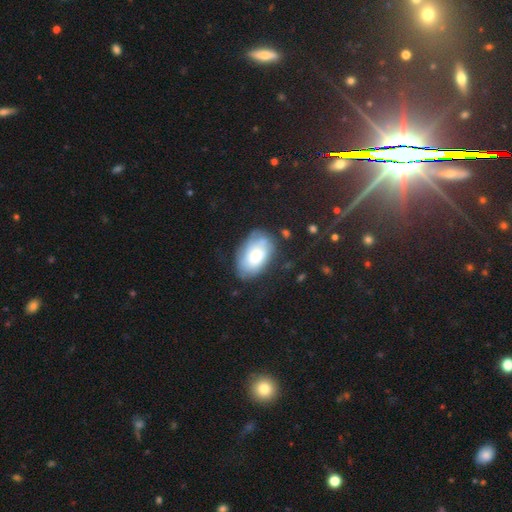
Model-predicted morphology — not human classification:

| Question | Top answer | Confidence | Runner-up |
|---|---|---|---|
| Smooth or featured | smooth | 59% | featured or disk (33%) |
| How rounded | in between | 90% | round (9%) |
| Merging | none | 66% | minor disturbance (22%) |